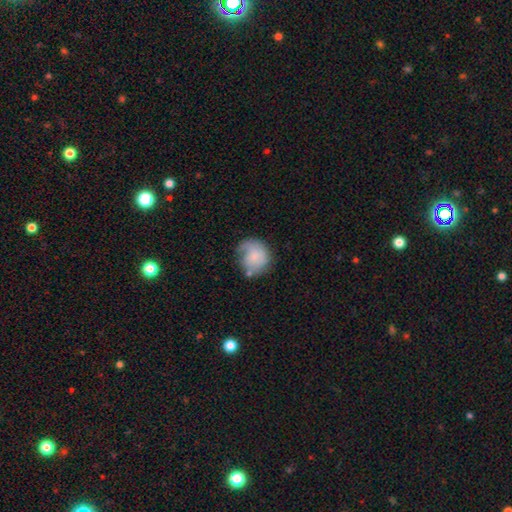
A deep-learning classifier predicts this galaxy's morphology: type=smooth (68%); roundness=round (79%); merging=none (48%).